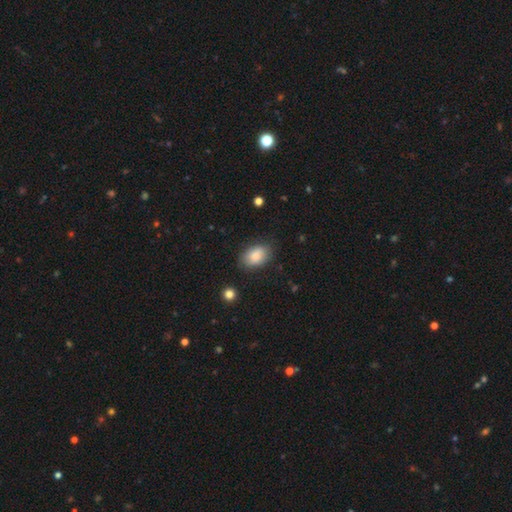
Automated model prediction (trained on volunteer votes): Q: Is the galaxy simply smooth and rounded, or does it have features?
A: smooth — 84%.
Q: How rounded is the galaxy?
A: in between — 90%.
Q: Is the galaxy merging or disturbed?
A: none — 81%.